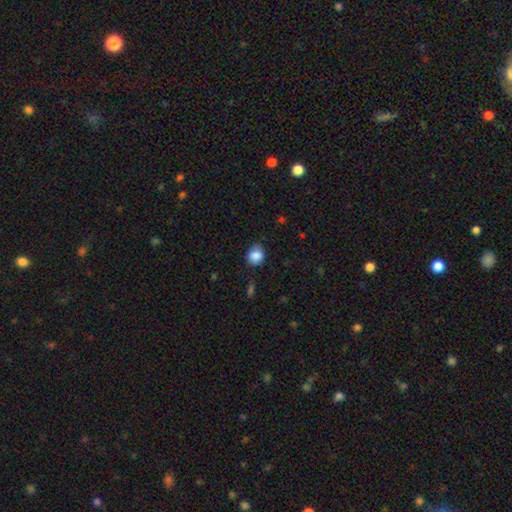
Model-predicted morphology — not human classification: Smooth or featured?
  - smooth: 86% *
  - star or artifact: 9%
  - featured or disk: 5%
How rounded?
  - round: 72% *
  - in between: 27%
  - cigar-shaped: 1%
Merging?
  - none: 71% *
  - minor disturbance: 23%
  - major disturbance: 4%
  - merger: 1%